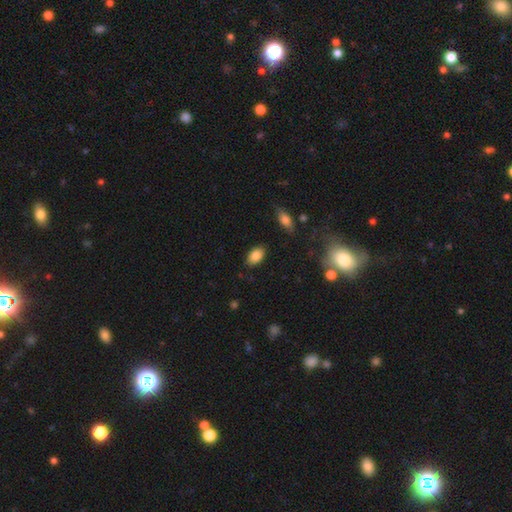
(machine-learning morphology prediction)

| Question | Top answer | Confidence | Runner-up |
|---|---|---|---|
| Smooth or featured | smooth | 85% | star or artifact (8%) |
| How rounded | in between | 90% | round (8%) |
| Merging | none | 86% | minor disturbance (10%) |